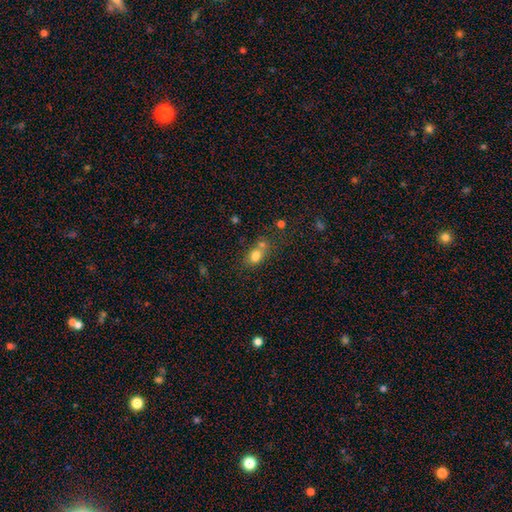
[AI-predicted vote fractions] Overall: smooth (78%). How rounded: in between (60%; round 38%). Merging: none (44%; merger 38%).